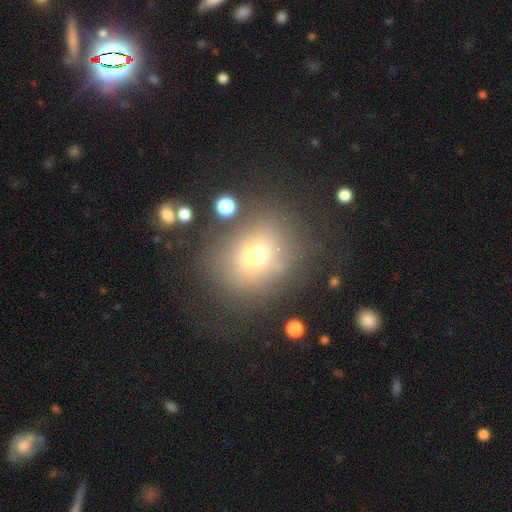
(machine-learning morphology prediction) Q: Smooth or featured?
A: smooth (67%); runner-up: star or artifact (18%)
Q: How rounded?
A: round (69%); runner-up: in between (30%)
Q: Merging?
A: none (73%); runner-up: minor disturbance (14%)